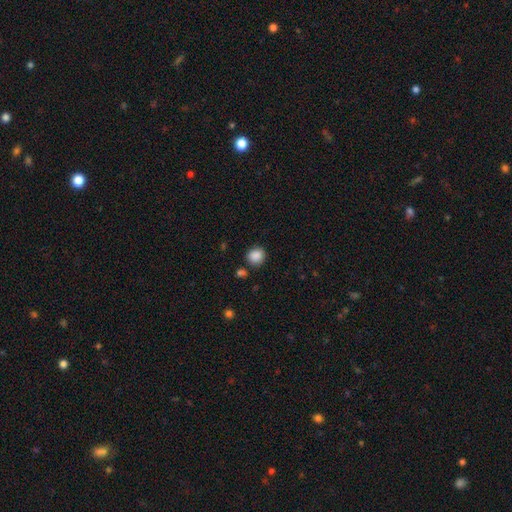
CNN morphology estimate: This appears to be a smooth galaxy with no disk features (88%) that is round (78%). Merging: none (79%).